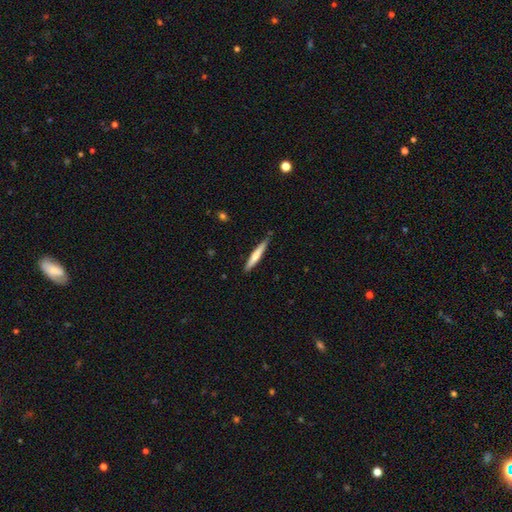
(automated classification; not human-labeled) Morphology: type=smooth (60%); roundness=cigar-shaped (94%); merging=none (85%).